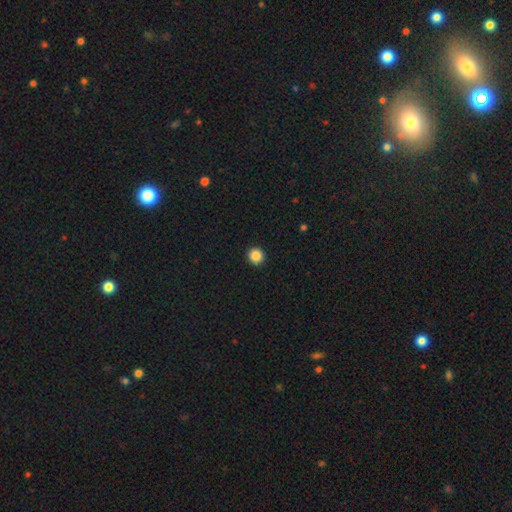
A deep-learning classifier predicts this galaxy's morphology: This appears to be a smooth galaxy with no disk features (87%) that is round (94%). Merging: none (94%).